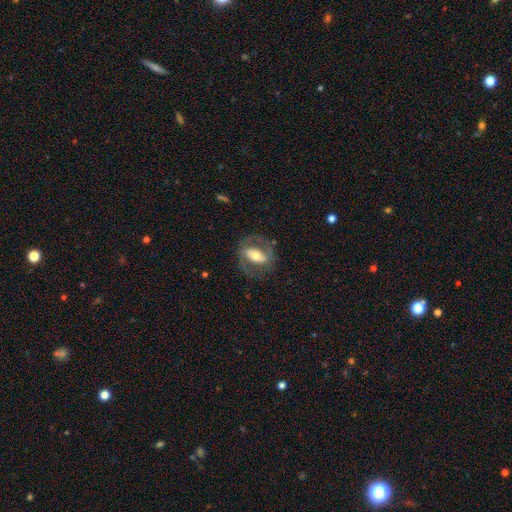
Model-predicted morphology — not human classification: This appears to be a featured or disk galaxy (66%) with a strong bar (47%), spiral arms (65%) and a moderate central bulge (60%). Merging: none (70%).